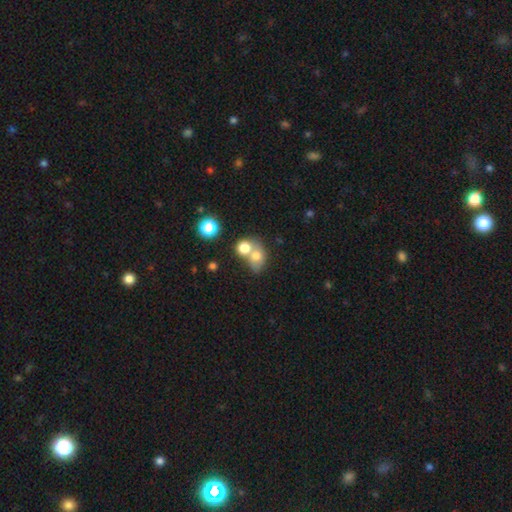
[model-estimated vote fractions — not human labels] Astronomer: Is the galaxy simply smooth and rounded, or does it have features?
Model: smooth — 72%.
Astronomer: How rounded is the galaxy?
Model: round — 52% (runner-up: in between, 46%).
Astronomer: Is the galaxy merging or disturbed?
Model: merger — 57%.